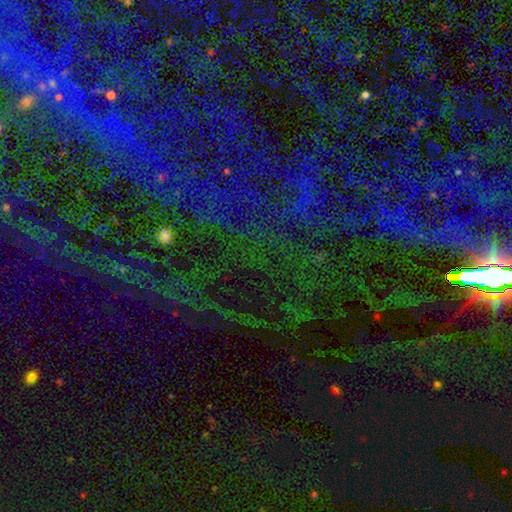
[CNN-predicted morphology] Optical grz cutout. It shows a star or artifact, not a galaxy (78%).